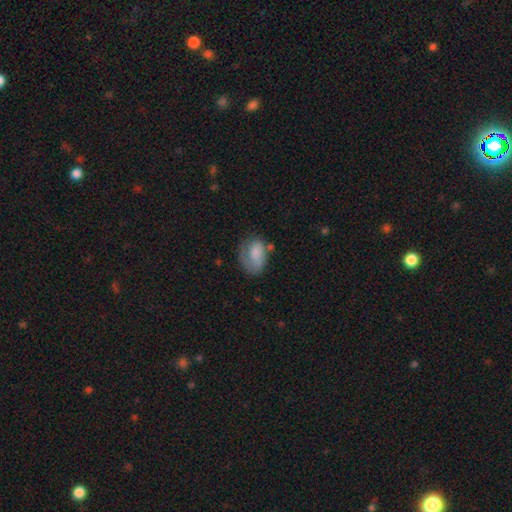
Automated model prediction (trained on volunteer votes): Smooth or featured: smooth — 67% (featured or disk — 25%)
How rounded: in between — 76% (round — 22%)
Merging: none — 43% (minor disturbance — 29%)